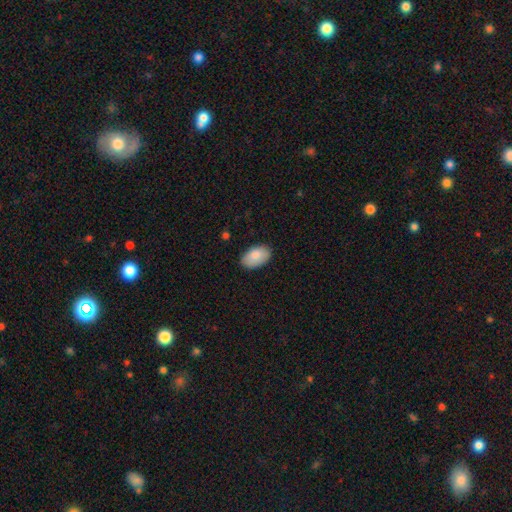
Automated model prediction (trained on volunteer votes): Smooth or featured: smooth — 87% (featured or disk — 7%)
How rounded: in between — 94% (round — 5%)
Merging: none — 85% (minor disturbance — 12%)